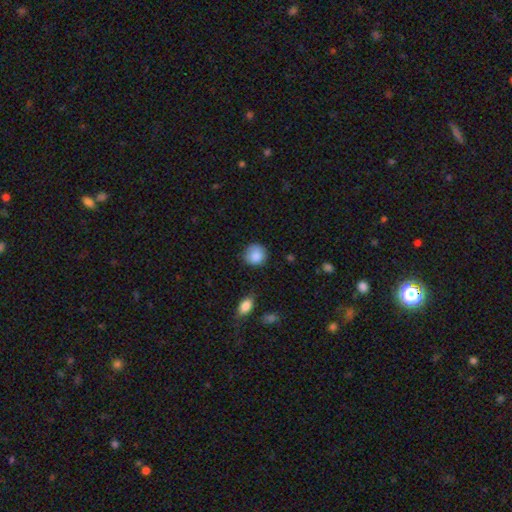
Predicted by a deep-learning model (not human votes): smooth_or_featured: smooth (p=0.87) [alt: star or artifact p=0.08]
how_rounded: round (p=0.88) [alt: in between p=0.11]
merging: none (p=0.78) [alt: minor disturbance p=0.16]